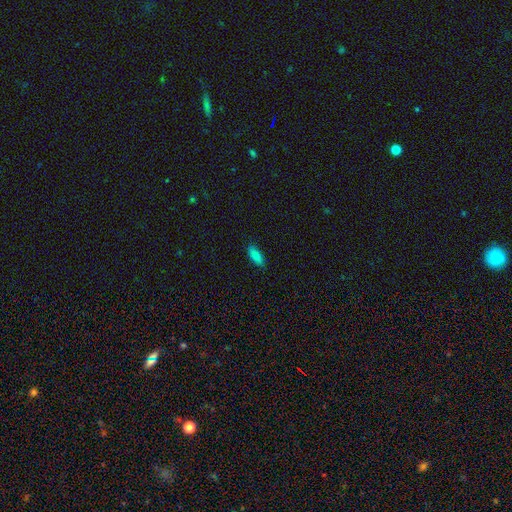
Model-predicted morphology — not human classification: Smooth or featured? Predicted: smooth (p=0.87). How rounded? Predicted: in between (p=0.73). Merging? Predicted: none (p=0.87).